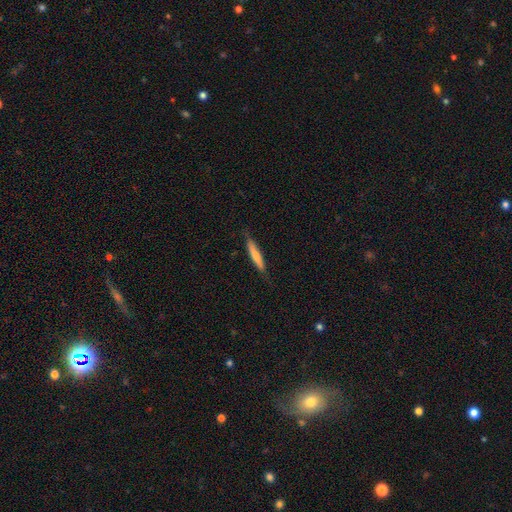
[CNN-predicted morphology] smooth 65%, featured or disk 30%, star or artifact 6%. Down the decision tree: how rounded — cigar-shaped (90%); merging — none (79%).